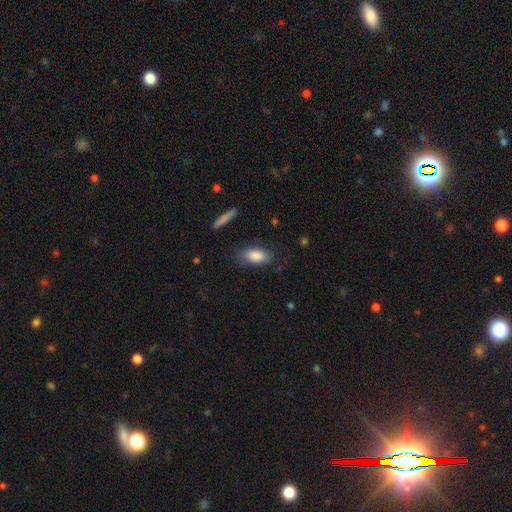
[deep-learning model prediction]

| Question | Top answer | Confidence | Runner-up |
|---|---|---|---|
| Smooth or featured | smooth | 86% | featured or disk (7%) |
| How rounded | in between | 86% | cigar-shaped (10%) |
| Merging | none | 80% | minor disturbance (14%) |